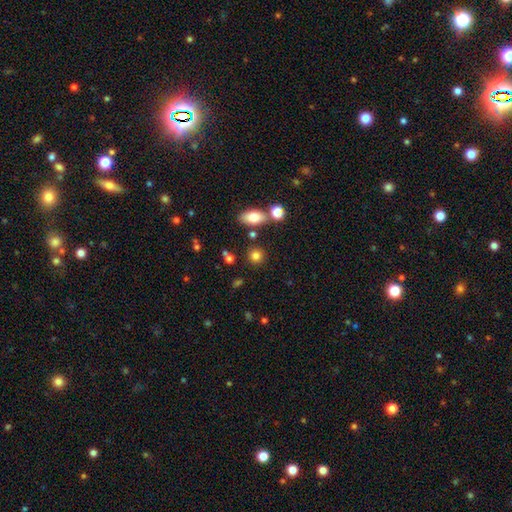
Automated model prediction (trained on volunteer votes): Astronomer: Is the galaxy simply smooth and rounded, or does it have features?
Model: smooth — 81%.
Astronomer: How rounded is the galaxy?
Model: round — 83%.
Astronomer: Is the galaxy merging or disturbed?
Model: none — 80%.